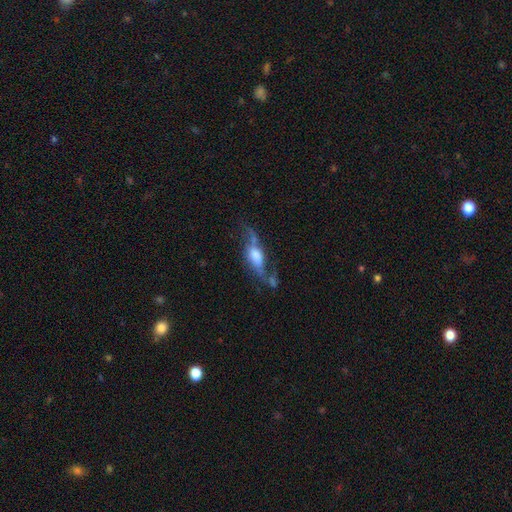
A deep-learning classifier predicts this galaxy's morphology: smooth-or-featured: featured or disk: 67% | smooth: 25% | star or artifact: 8%
  disk-edge-on: no: 64% | yes: 36%
  merging: none: 45% | major disturbance: 24% | minor disturbance: 23% | merger: 8%